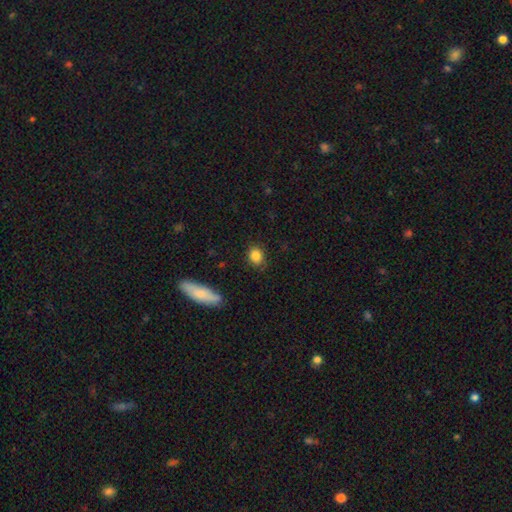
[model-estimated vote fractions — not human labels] Overall: smooth (85%). How rounded: round (57%; in between 41%). Merging: none (85%).